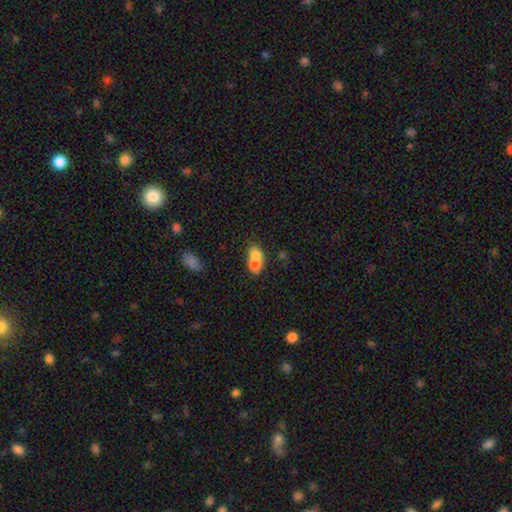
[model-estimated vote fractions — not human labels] Morphology: type=smooth (68%); roundness=in between (60%); merging=merger (70%).